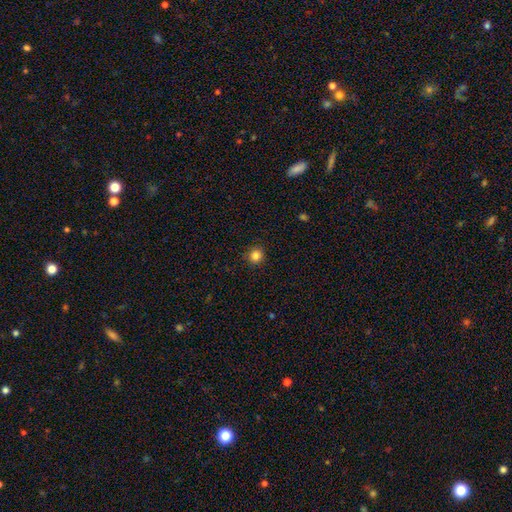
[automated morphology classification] This appears to be a smooth galaxy with no disk features (84%) that is round (94%). Merging: none (92%).